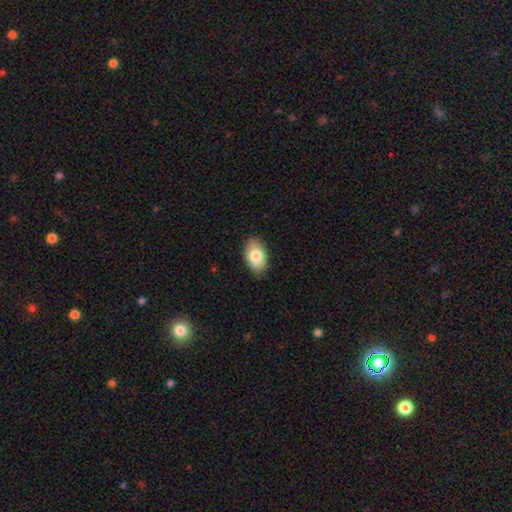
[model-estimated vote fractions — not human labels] Overall: smooth (78%). How rounded: in between (92%). Merging: none (85%).